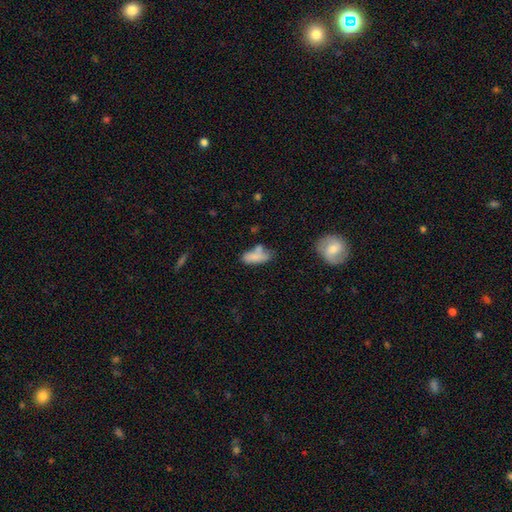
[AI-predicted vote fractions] This is likely a smooth galaxy (77%). How rounded: likely in between (75%). Merging: marginally none (43%).